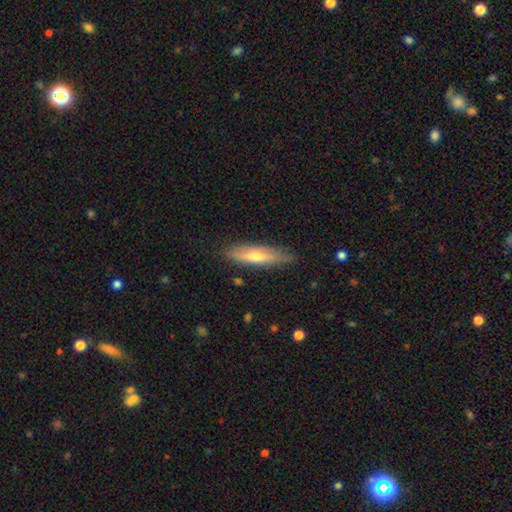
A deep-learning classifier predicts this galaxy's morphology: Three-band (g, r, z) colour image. It shows a smooth galaxy with no disk features (50%). Merging: none (82%).